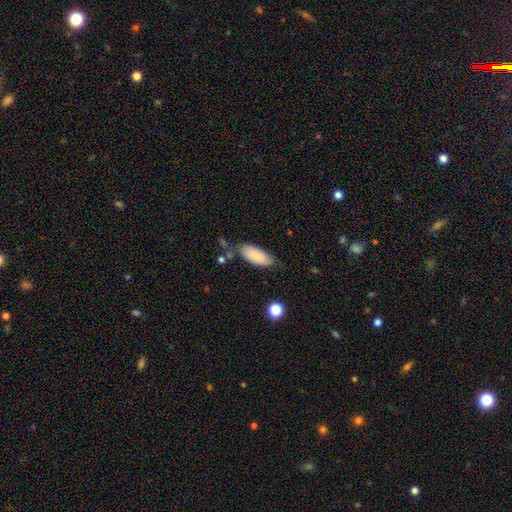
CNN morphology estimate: Overall: smooth (85%). How rounded: in between (85%). Merging: none (65%; minor disturbance 25%).